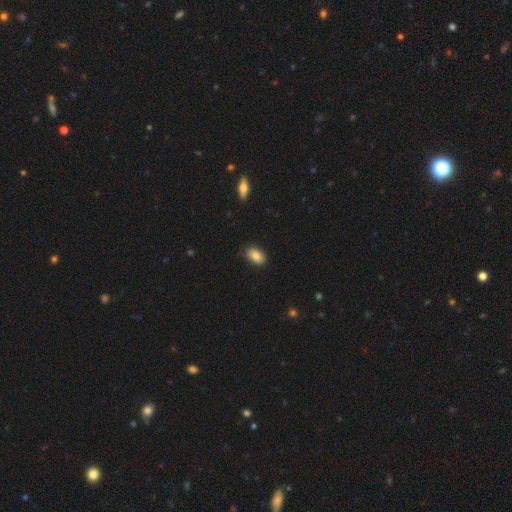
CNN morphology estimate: The model was most divided on "merging": none: 86%, minor disturbance: 11%, major disturbance: 2%, merger: 1%. More confident: how rounded — in between (92%); smooth or featured — smooth (85%).